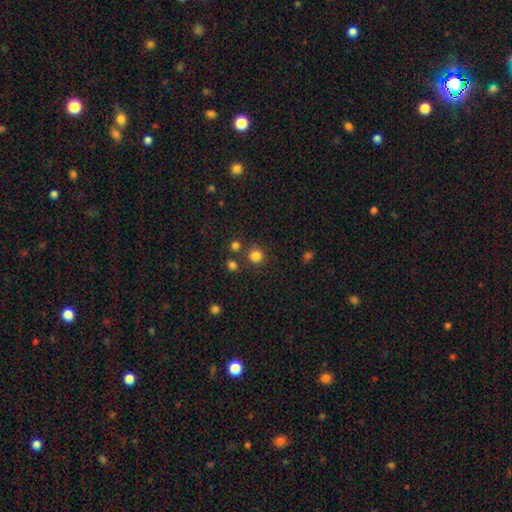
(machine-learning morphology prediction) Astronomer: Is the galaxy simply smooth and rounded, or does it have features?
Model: smooth — 82%.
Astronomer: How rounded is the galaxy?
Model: round — 91%.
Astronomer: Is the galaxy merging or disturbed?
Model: none — 80%.